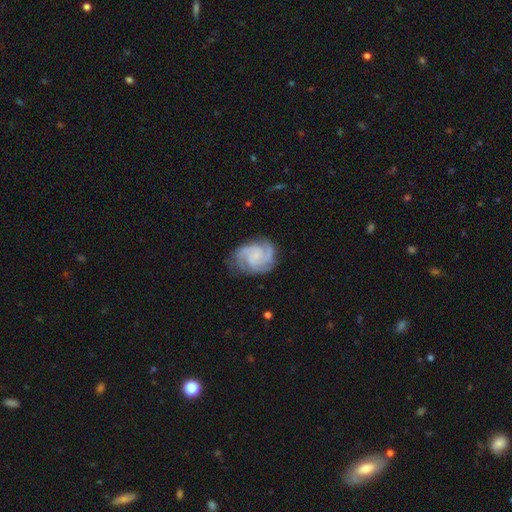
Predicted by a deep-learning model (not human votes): smooth_or_featured: featured or disk (p=0.89) [alt: smooth p=0.06]
disk_edge_on: no (p=0.98) [alt: yes p=0.02]
bar: no (p=0.65) [alt: weak p=0.29]
has_spiral_arms: yes (p=0.98) [alt: no p=0.02]
spiral_winding: tight (p=0.58) [alt: medium p=0.36]
spiral_arm_count: 3 (p=0.55) [alt: 2 p=0.14]
bulge_size: small (p=0.60) [alt: none p=0.26]
merging: none (p=0.78) [alt: minor disturbance p=0.15]